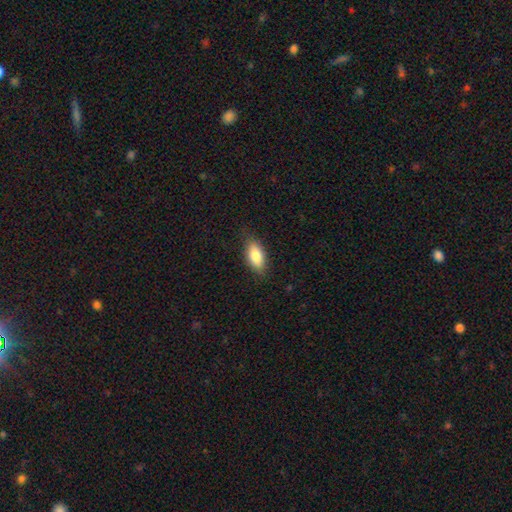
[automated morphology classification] smooth_or_featured: smooth (p=0.82) [alt: featured or disk p=0.11]
how_rounded: in between (p=0.87) [alt: cigar-shaped p=0.10]
merging: none (p=0.82) [alt: minor disturbance p=0.14]